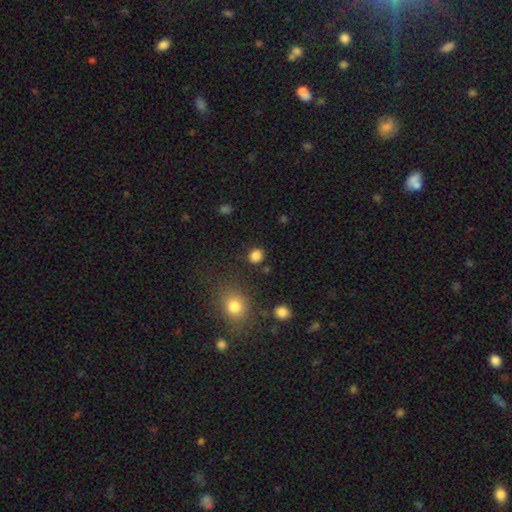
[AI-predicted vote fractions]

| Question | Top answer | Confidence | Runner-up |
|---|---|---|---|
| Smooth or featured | smooth | 84% | star or artifact (13%) |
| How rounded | round | 83% | in between (16%) |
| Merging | none | 86% | minor disturbance (8%) |